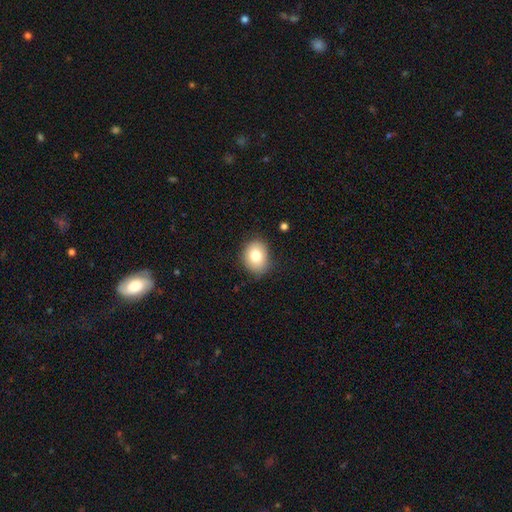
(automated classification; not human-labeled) This appears to be a smooth galaxy with no disk features (77%) that is round (57%). Merging: none (82%).